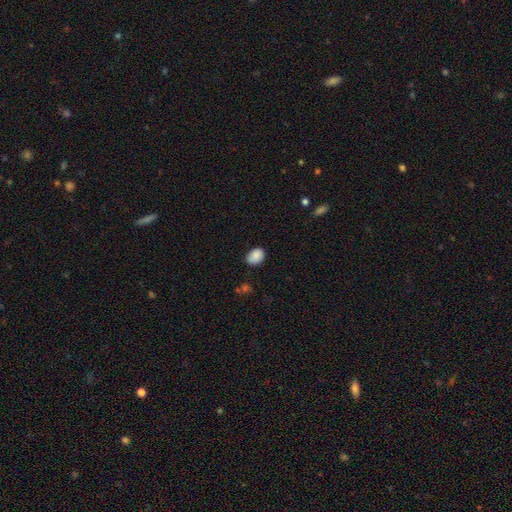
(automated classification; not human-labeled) This is clearly a smooth galaxy (87%). How rounded: likely in between (68%). Merging: likely none (72%).